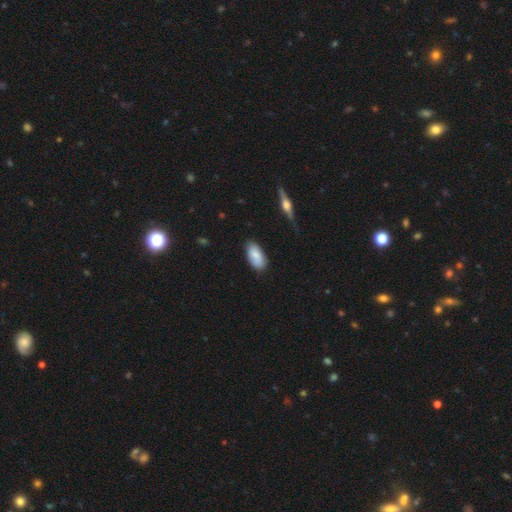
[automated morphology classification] The model was most divided on "merging": none: 78%, minor disturbance: 17%, major disturbance: 3%, merger: 2%. More confident: how rounded — in between (93%); smooth or featured — smooth (81%).